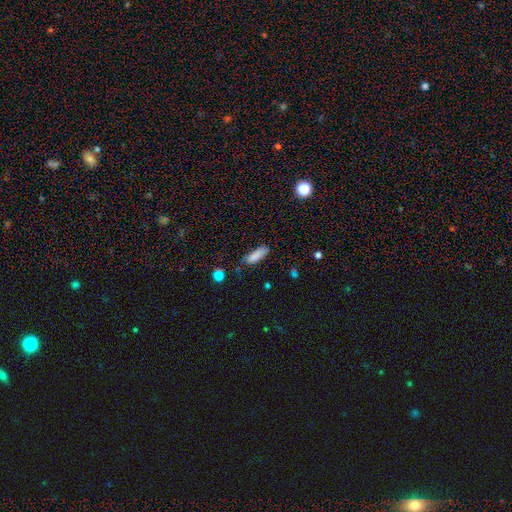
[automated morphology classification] Smooth or featured: smooth — 84% (star or artifact — 8%)
How rounded: in between — 60% (cigar-shaped — 38%)
Merging: none — 64% (minor disturbance — 27%)